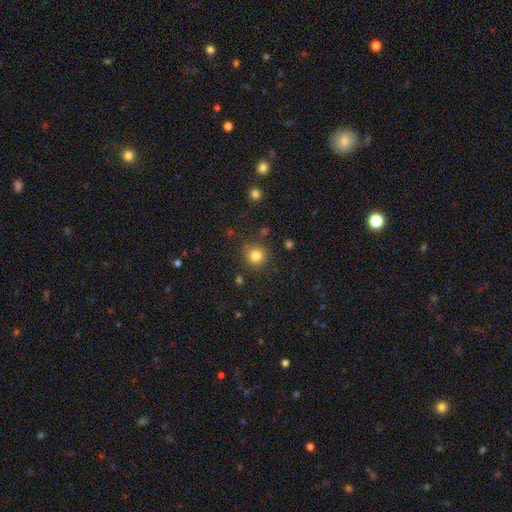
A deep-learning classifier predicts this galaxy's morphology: Smooth or featured? Predicted: smooth (p=0.82). How rounded? Predicted: round (p=0.92). Merging? Predicted: none (p=0.86).